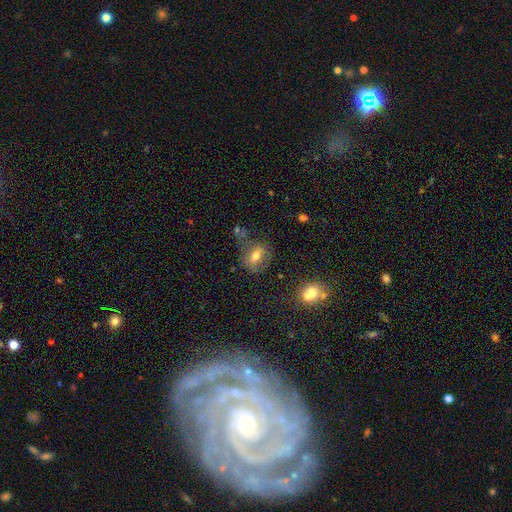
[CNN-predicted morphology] Smooth or featured: smooth — 58% (featured or disk — 30%)
How rounded: in between — 63% (round — 33%)
Merging: none — 56% (minor disturbance — 21%)